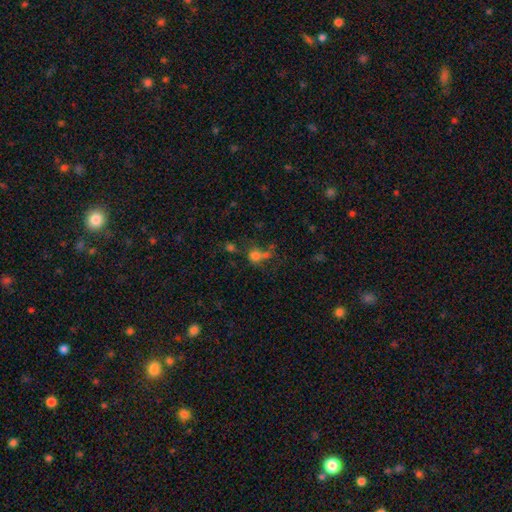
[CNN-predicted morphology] A smooth galaxy with no disk features (69%) that is round (77%).

Vote fractions:
- Smooth or featured? smooth: 69% / star or artifact: 19% / featured or disk: 12%
- How rounded? round: 77% / in between: 22% / cigar-shaped: 1%
- Merging? none: 44% / merger: 32% / minor disturbance: 14% / major disturbance: 11%